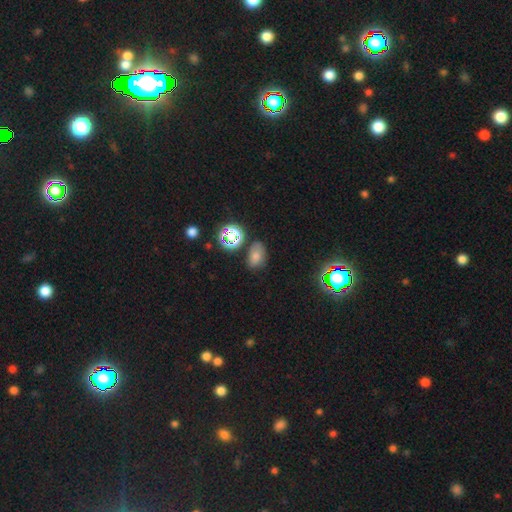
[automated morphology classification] Smooth or featured? smooth (68%)
How rounded? in between (81%)
Merging? none (72%)